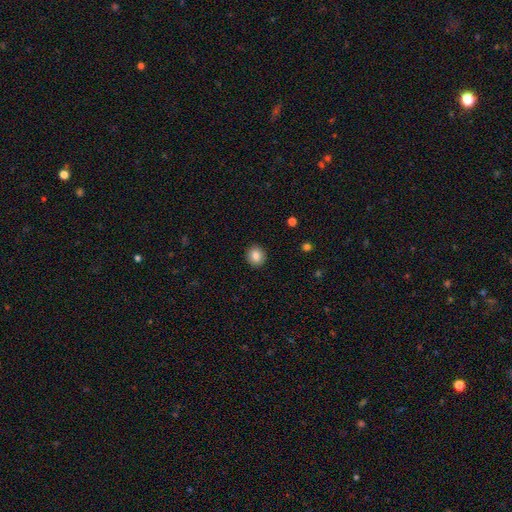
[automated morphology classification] Smooth or featured? Predicted: smooth (p=0.84). How rounded? Predicted: round (p=0.87). Merging? Predicted: none (p=0.92).